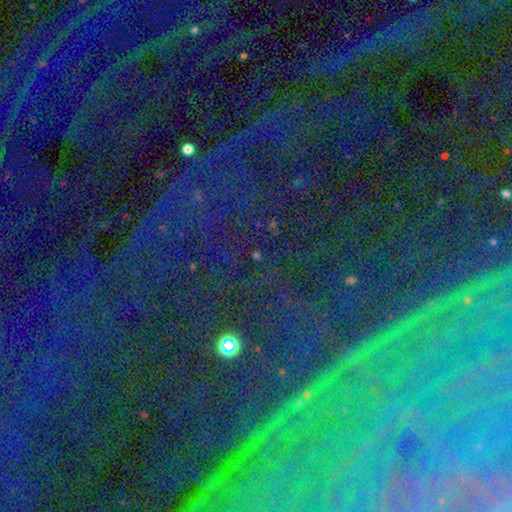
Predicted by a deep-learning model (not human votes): A star or artifact, not a galaxy (80%).

Vote fractions:
- Smooth or featured? star or artifact: 80% / smooth: 11% / featured or disk: 10%